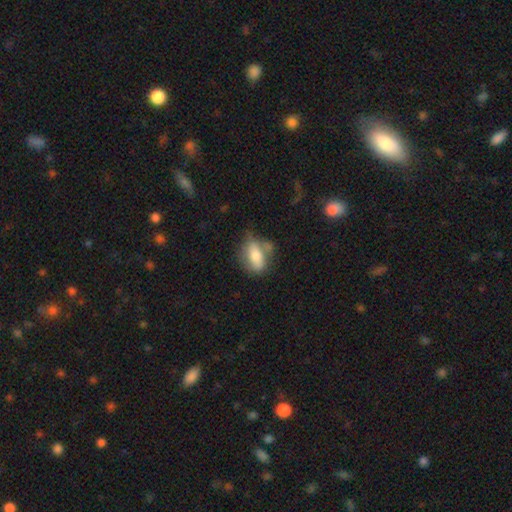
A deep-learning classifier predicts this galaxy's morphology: This is likely a smooth galaxy (65%). How rounded: likely in between (78%). Merging: possibly none (50%).